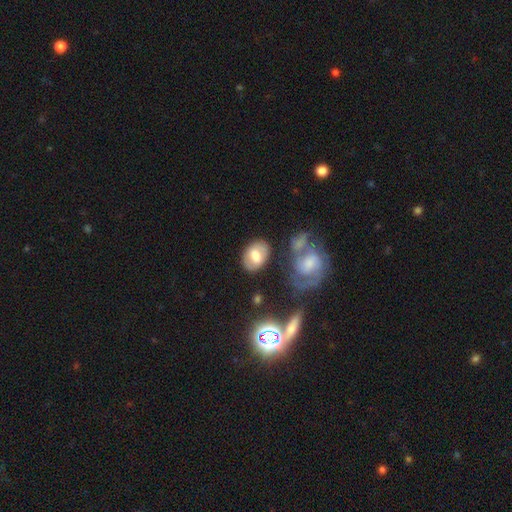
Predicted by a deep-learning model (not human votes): Q: Smooth or featured?
A: smooth (63%); runner-up: featured or disk (30%)
Q: How rounded?
A: in between (76%); runner-up: round (23%)
Q: Merging?
A: none (74%); runner-up: minor disturbance (15%)